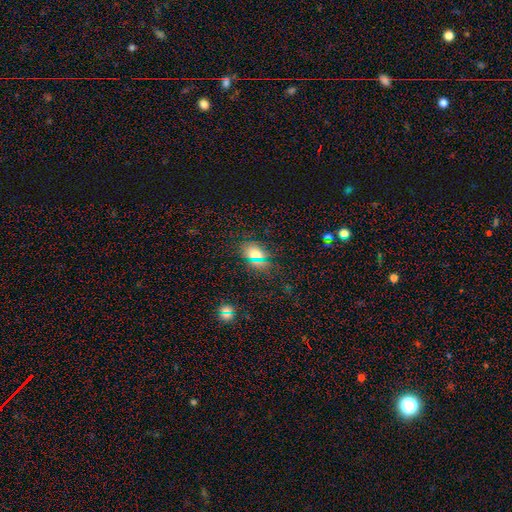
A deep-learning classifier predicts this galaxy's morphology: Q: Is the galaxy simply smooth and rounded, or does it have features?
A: smooth — 62%.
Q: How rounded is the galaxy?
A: in between — 65%.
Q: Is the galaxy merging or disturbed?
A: none — 82%.